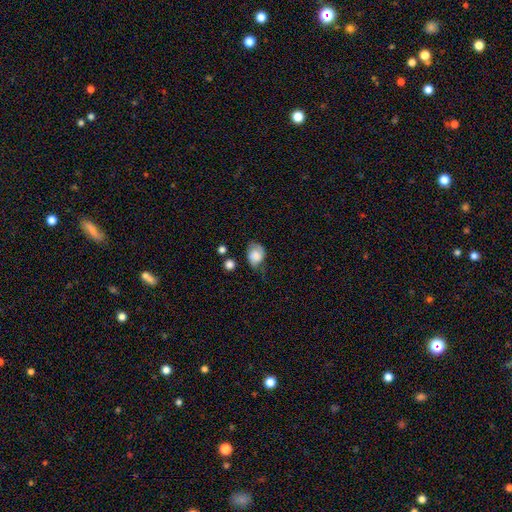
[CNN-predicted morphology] This appears to be a smooth galaxy with no disk features (72%) that is in between round and cigar-shaped (56%). Merging: none (40%).